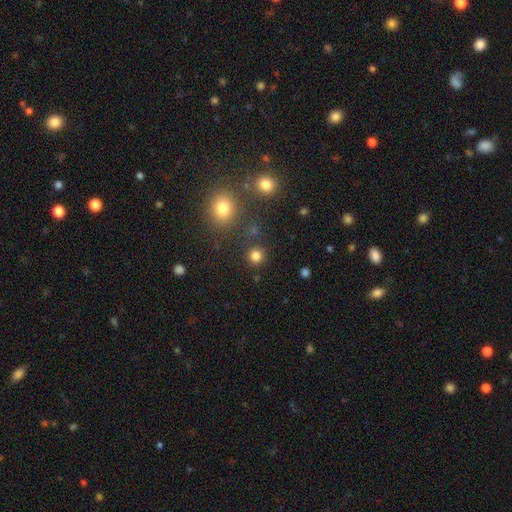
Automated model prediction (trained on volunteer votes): A smooth galaxy with no disk features (81%) that is round (91%). Merging: none (86%).